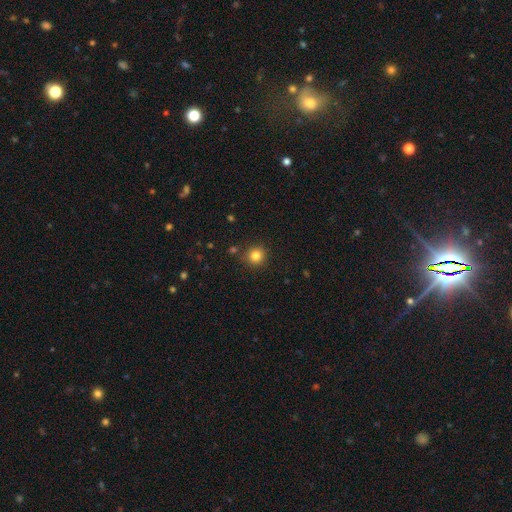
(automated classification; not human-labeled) smooth_or_featured: smooth (p=0.83) [alt: star or artifact p=0.12]
how_rounded: round (p=0.93) [alt: in between p=0.06]
merging: none (p=0.86) [alt: minor disturbance p=0.08]